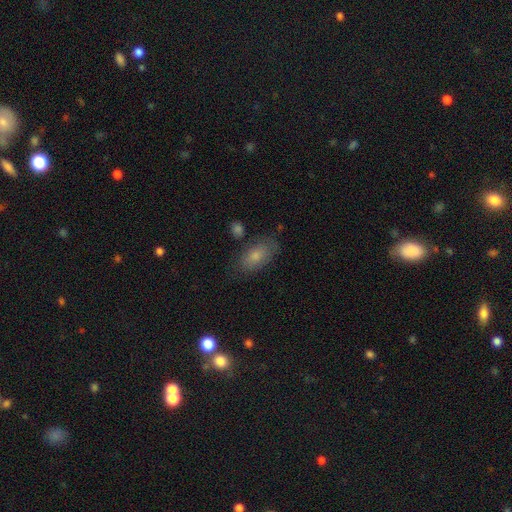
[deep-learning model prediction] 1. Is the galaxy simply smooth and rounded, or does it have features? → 76% smooth, 16% featured or disk, 8% star or artifact.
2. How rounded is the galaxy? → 90% in between, 5% round, 5% cigar-shaped.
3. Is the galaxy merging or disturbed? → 74% none, 17% minor disturbance, 5% major disturbance, 4% merger.